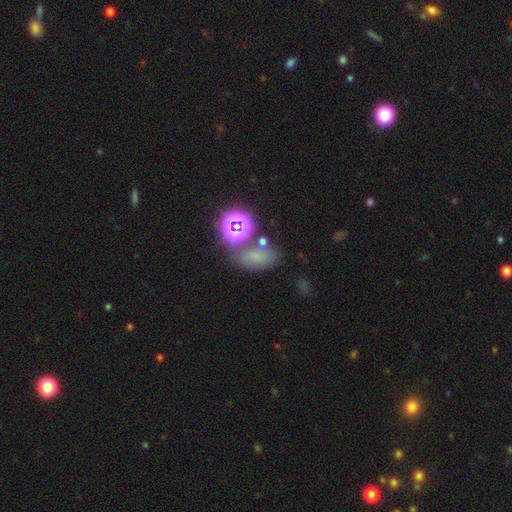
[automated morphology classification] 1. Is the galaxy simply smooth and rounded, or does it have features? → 56% smooth, 32% star or artifact, 12% featured or disk.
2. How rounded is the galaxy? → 76% in between, 21% round, 4% cigar-shaped.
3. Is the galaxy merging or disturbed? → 57% none, 19% merger, 16% minor disturbance, 8% major disturbance.